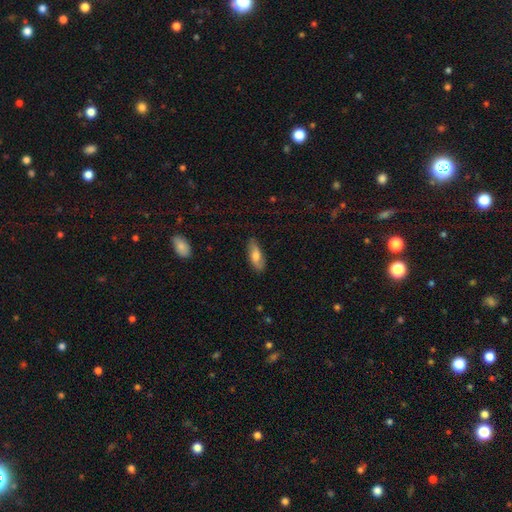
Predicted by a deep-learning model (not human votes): smooth 64%, featured or disk 30%, star or artifact 6%. Down the decision tree: how rounded — in between (74%); merging — none (82%).